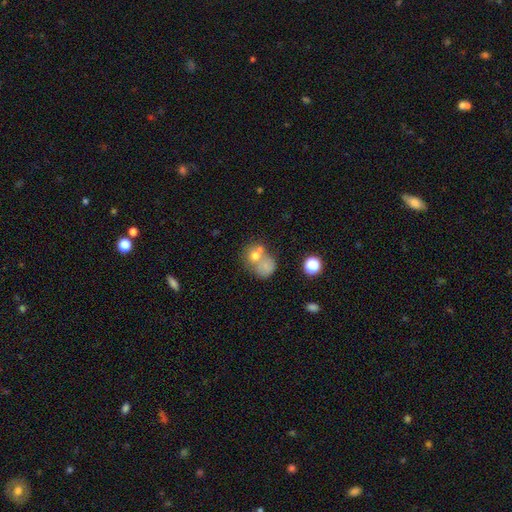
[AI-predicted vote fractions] Smooth or featured? smooth (58%)
How rounded? round (71%)
Merging? merger (45%)